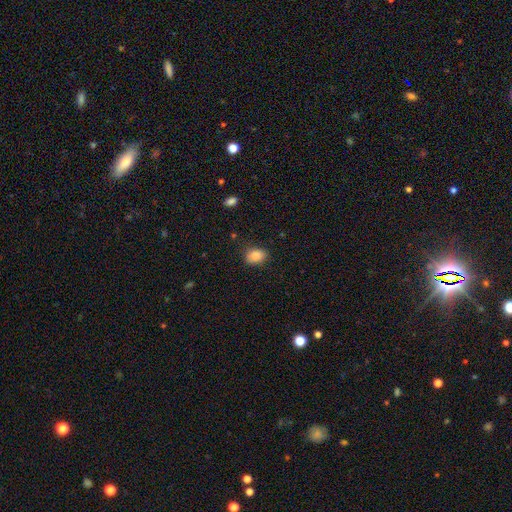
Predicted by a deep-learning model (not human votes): Smooth or featured: smooth — 85% (star or artifact — 9%)
How rounded: in between — 75% (round — 24%)
Merging: none — 79% (minor disturbance — 17%)